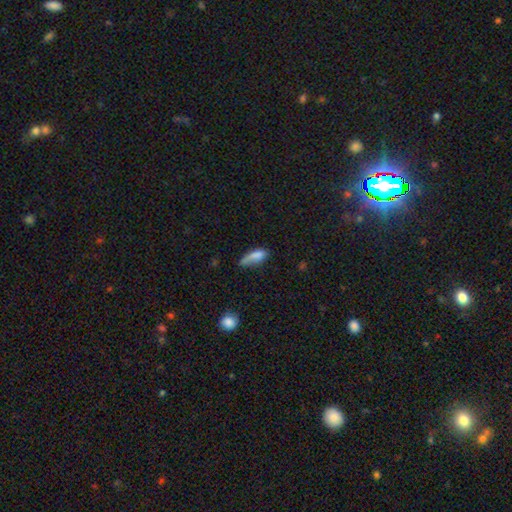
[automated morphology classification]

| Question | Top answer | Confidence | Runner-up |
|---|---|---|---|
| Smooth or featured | smooth | 77% | featured or disk (15%) |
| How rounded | in between | 62% | cigar-shaped (35%) |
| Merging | none | 38% | minor disturbance (35%) |